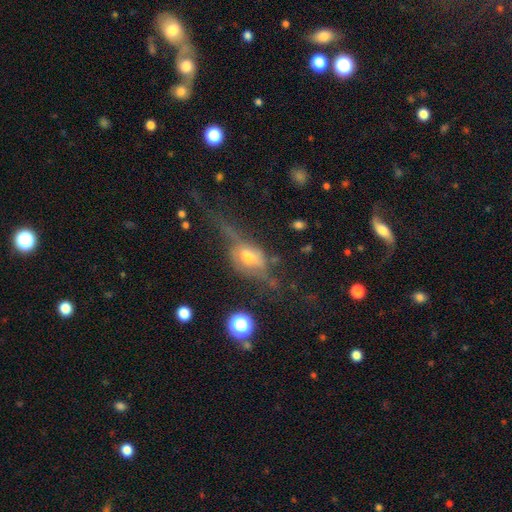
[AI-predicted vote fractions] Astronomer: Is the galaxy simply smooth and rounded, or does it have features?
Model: featured or disk — 57%.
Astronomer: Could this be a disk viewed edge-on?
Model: yes — 56% (runner-up: no, 44%).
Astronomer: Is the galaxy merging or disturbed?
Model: major disturbance — 39% (runner-up: none, 34%).